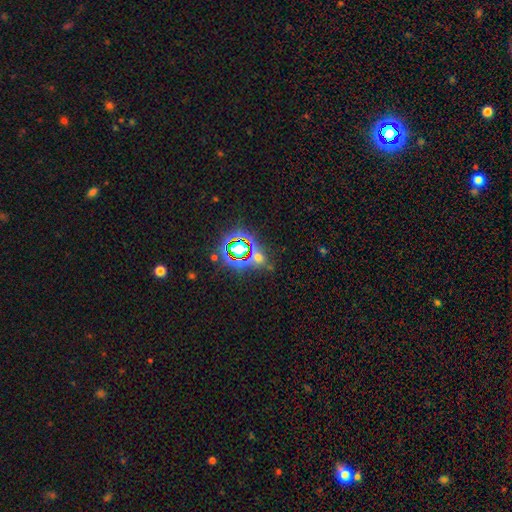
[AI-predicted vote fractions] This appears to be a star or artifact, not a galaxy (76%).